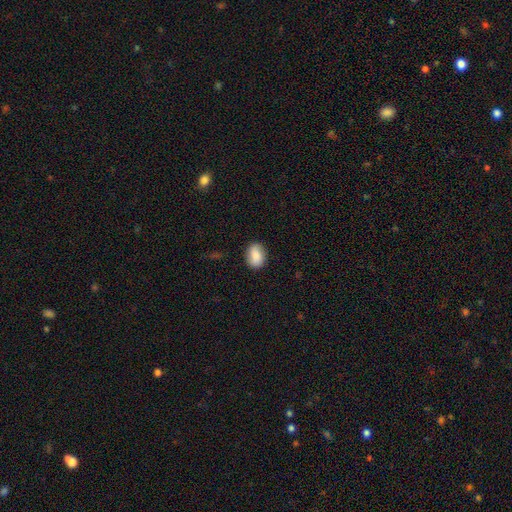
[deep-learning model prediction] Smooth or featured? smooth (84%)
How rounded? in between (71%)
Merging? none (86%)